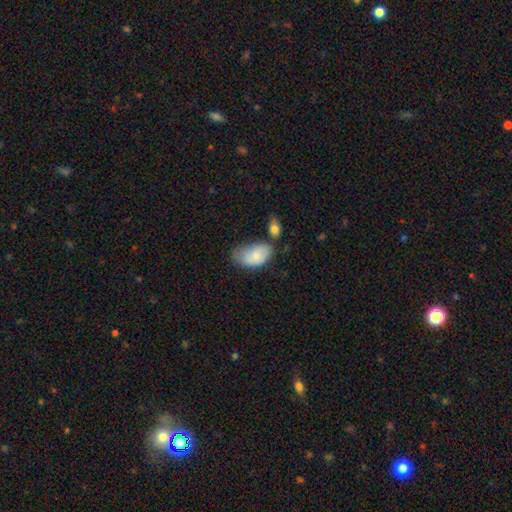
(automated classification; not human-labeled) Q: Smooth or featured?
A: smooth (76%); runner-up: featured or disk (17%)
Q: How rounded?
A: in between (93%); runner-up: round (6%)
Q: Merging?
A: minor disturbance (37%); runner-up: none (32%)